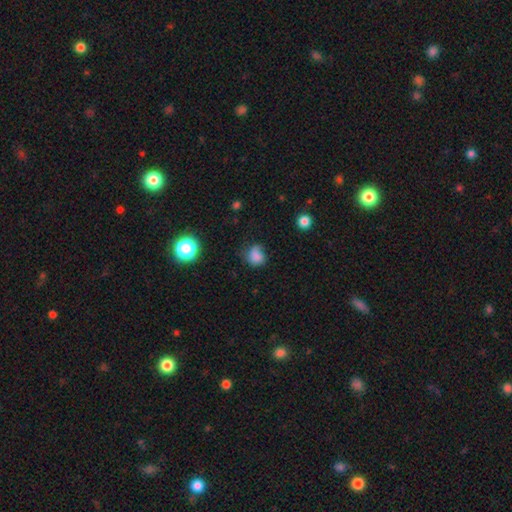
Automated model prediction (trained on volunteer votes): The model was most divided on "merging": none: 46%, minor disturbance: 32%, major disturbance: 18%, merger: 4%. More confident: smooth or featured — smooth (78%); how rounded — round (62%).